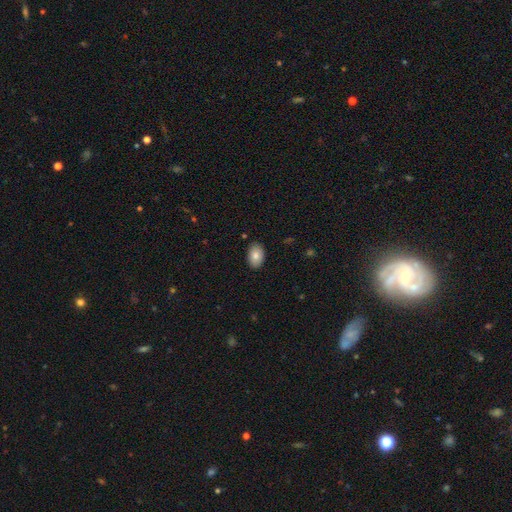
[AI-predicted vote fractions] Overall: smooth (82%). How rounded: in between (89%). Merging: none (88%).